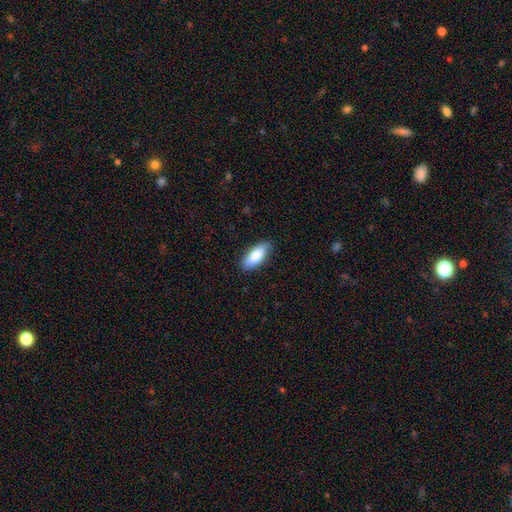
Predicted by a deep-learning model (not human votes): smooth-or-featured: smooth: 84% | featured or disk: 10% | star or artifact: 6%
  how-rounded: in between: 80% | cigar-shaped: 18% | round: 2%
  merging: none: 85% | minor disturbance: 12% | major disturbance: 2% | merger: 1%